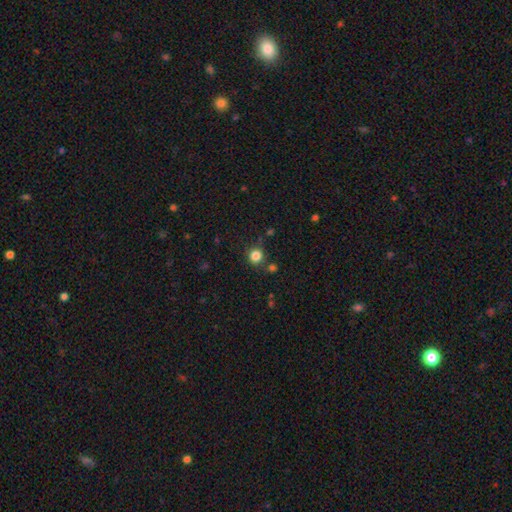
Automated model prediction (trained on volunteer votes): A smooth galaxy with no disk features (83%) that is round (90%).

Vote fractions:
- Smooth or featured? smooth: 83% / star or artifact: 13% / featured or disk: 4%
- How rounded? round: 90% / in between: 9% / cigar-shaped: 1%
- Merging? none: 79% / minor disturbance: 11% / merger: 7% / major disturbance: 3%